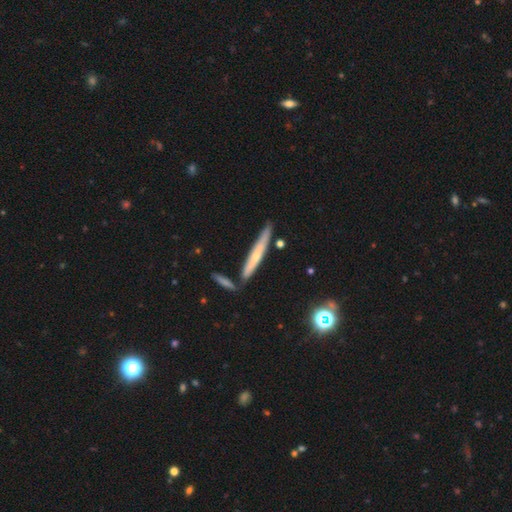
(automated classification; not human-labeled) The model was most divided on "smooth or featured": featured or disk: 49%, smooth: 43%, star or artifact: 8%. More confident: merging — none (79%).